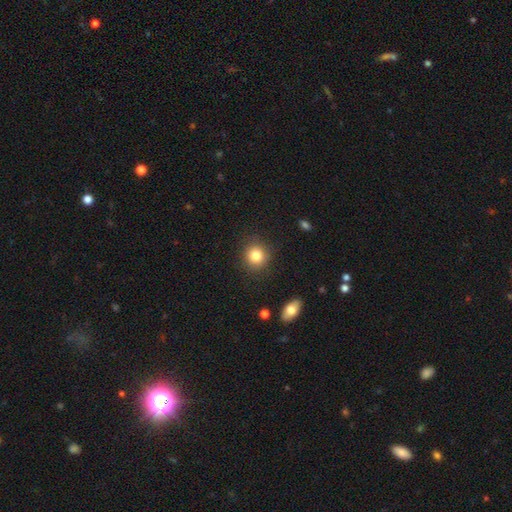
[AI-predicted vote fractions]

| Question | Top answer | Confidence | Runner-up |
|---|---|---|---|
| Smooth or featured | smooth | 83% | star or artifact (10%) |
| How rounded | round | 88% | in between (11%) |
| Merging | none | 88% | minor disturbance (8%) |